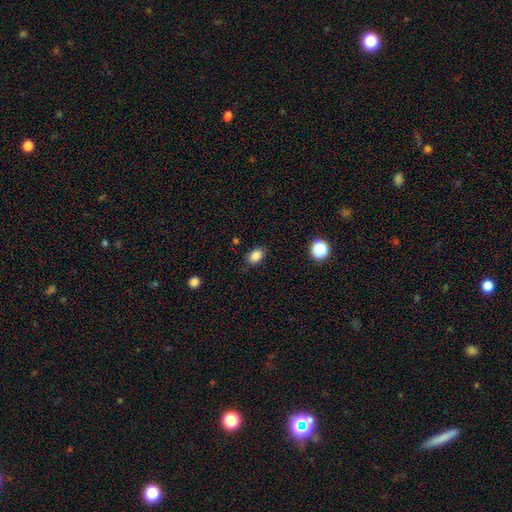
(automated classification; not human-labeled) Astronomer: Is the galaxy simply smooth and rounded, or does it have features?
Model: smooth — 85%.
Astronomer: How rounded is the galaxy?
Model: in between — 76%.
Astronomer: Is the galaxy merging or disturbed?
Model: none — 83%.